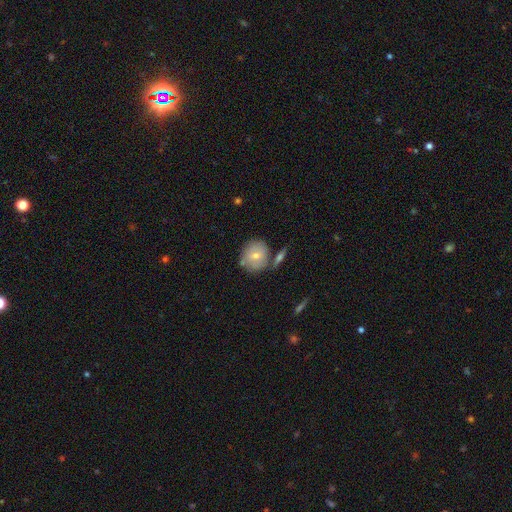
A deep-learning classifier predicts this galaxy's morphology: type=smooth (68%); roundness=round (84%); merging=none (65%).